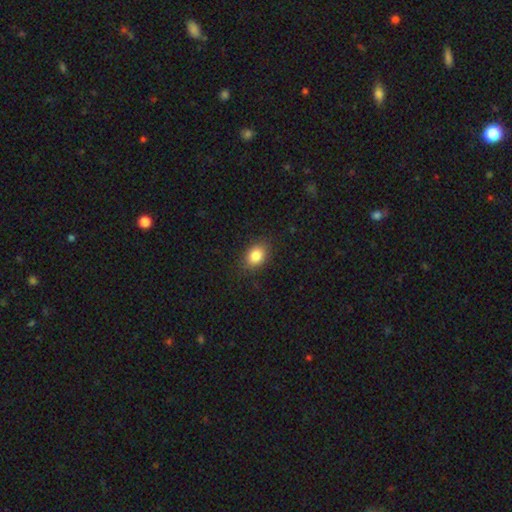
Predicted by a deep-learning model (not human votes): Overall: smooth (84%). How rounded: in between (70%). Merging: none (86%).